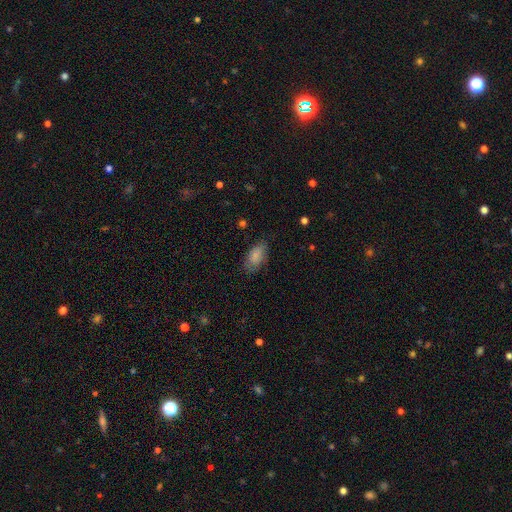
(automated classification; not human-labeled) smooth-or-featured: smooth: 82% | featured or disk: 11% | star or artifact: 7%
  how-rounded: in between: 92% | cigar-shaped: 4% | round: 4%
  merging: none: 74% | minor disturbance: 20% | major disturbance: 5% | merger: 1%